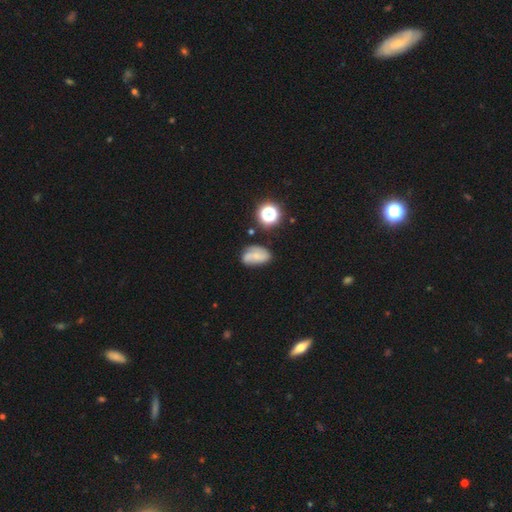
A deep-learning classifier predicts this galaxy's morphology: smooth-or-featured: featured or disk: 47% | smooth: 41% | star or artifact: 12%
  merging: none: 55% | minor disturbance: 27% | major disturbance: 11% | merger: 7%